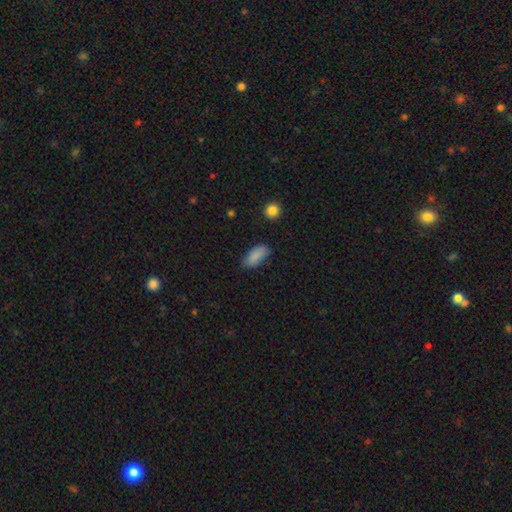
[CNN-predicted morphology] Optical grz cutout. It shows a smooth galaxy with no disk features (87%) that is in between round and cigar-shaped (88%). Merging: none (75%).